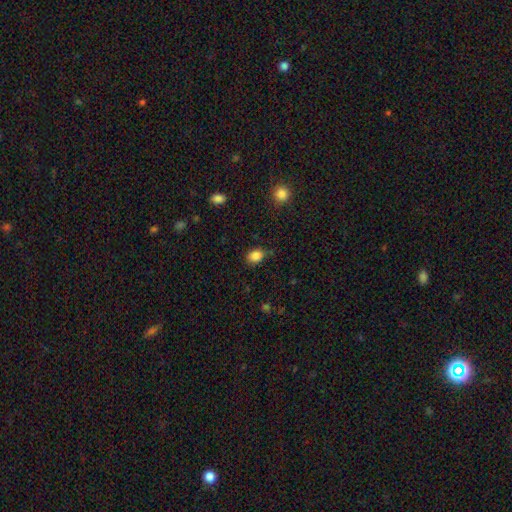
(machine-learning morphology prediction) A smooth galaxy with no disk features (86%) that is in between round and cigar-shaped (62%).

Vote fractions:
- Smooth or featured? smooth: 86% / star or artifact: 11% / featured or disk: 4%
- How rounded? in between: 62% / round: 37% / cigar-shaped: 1%
- Merging? none: 75% / minor disturbance: 19% / major disturbance: 4% / merger: 2%